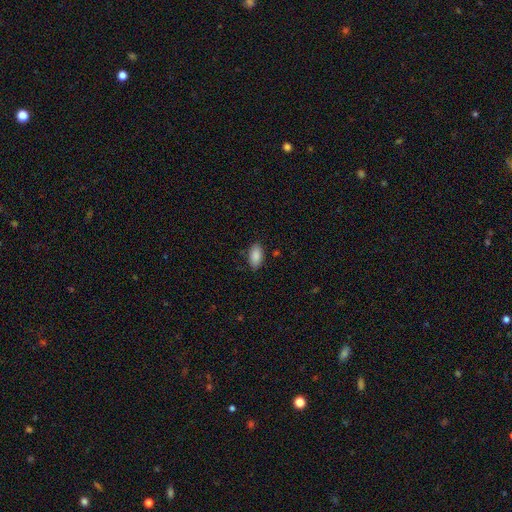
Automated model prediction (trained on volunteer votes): Smooth or featured? Predicted: smooth (p=0.89). How rounded? Predicted: in between (p=0.93). Merging? Predicted: none (p=0.86).